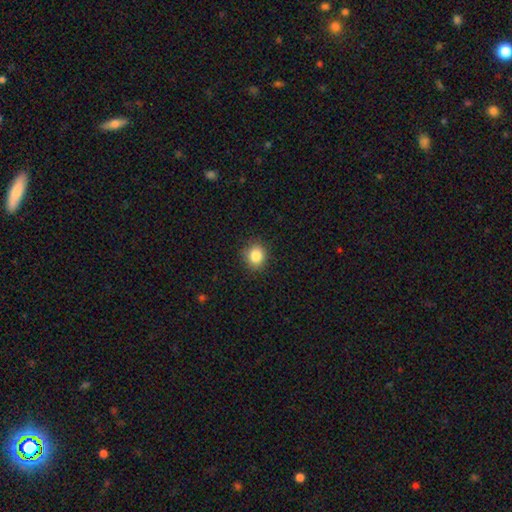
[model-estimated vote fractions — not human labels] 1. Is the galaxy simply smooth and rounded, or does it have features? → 85% smooth, 10% star or artifact, 5% featured or disk.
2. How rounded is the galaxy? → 80% round, 19% in between, 1% cigar-shaped.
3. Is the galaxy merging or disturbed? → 88% none, 8% minor disturbance, 2% major disturbance, 1% merger.